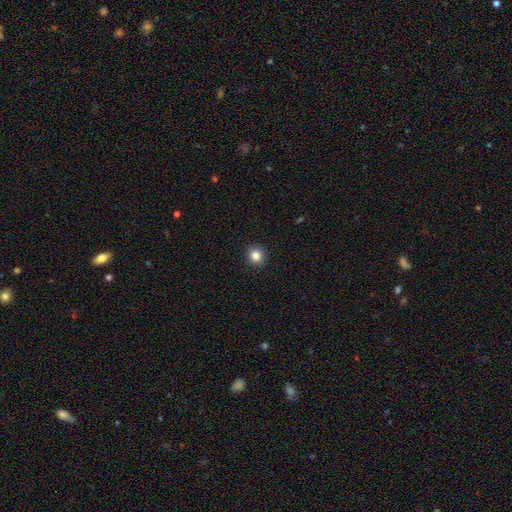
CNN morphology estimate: type=smooth (85%); roundness=round (86%); merging=none (91%).